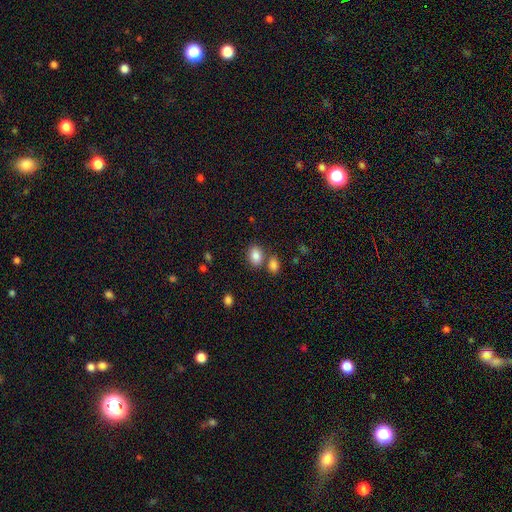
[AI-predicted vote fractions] smooth_or_featured: smooth (p=0.84) [alt: star or artifact p=0.09]
how_rounded: in between (p=0.75) [alt: round p=0.24]
merging: none (p=0.66) [alt: merger p=0.21]